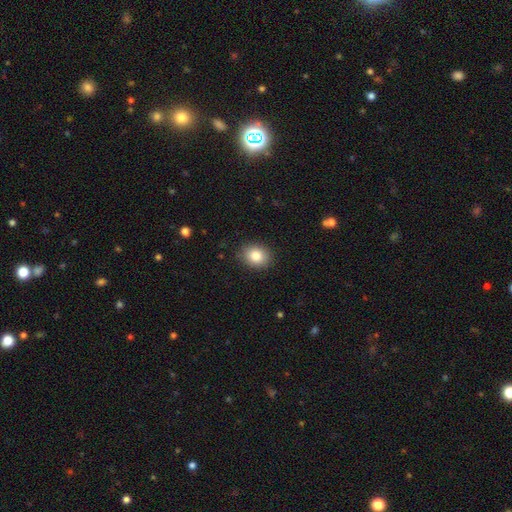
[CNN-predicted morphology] A smooth galaxy with no disk features (83%) that is round (56%).

Vote fractions:
- Smooth or featured? smooth: 83% / star or artifact: 9% / featured or disk: 8%
- How rounded? round: 56% / in between: 43% / cigar-shaped: 1%
- Merging? none: 89% / minor disturbance: 8% / major disturbance: 2% / merger: 1%